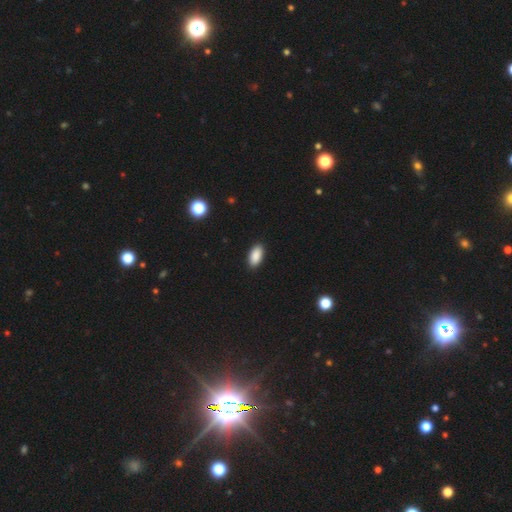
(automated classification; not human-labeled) This is clearly a smooth galaxy (89%). How rounded: clearly in between (93%). Merging: clearly none (90%).